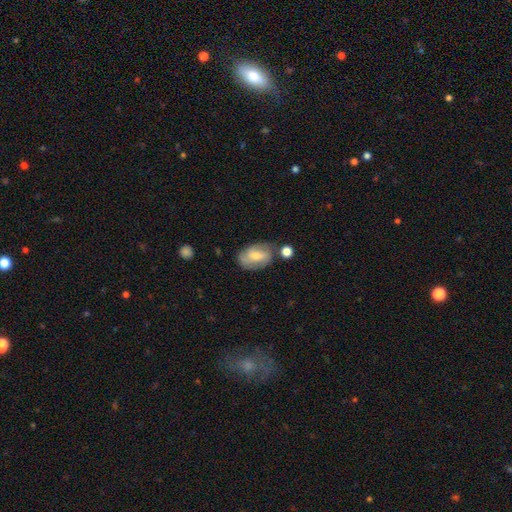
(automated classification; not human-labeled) Overall: featured or disk (47%; smooth 45%). Merging: none (62%; minor disturbance 22%).